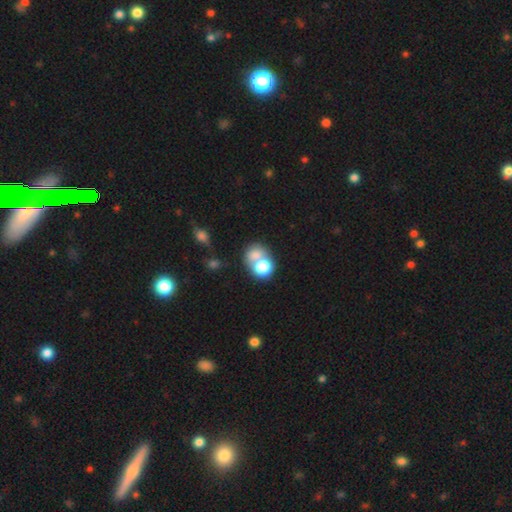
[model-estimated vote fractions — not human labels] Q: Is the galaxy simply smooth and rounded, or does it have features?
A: smooth — 69%.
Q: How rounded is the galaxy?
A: round — 60%.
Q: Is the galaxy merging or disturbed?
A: merger — 62%.